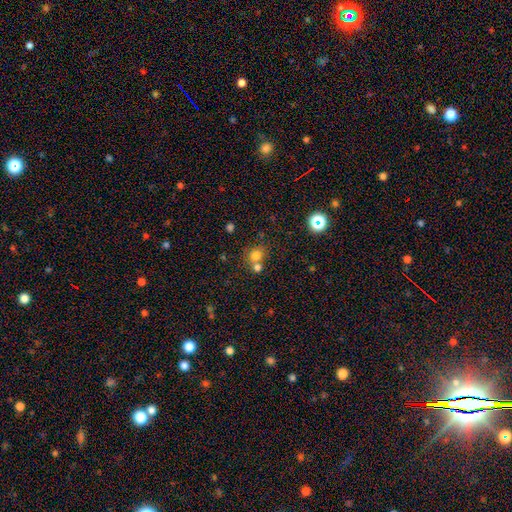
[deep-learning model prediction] The model was most divided on "merging": none: 51%, merger: 38%, minor disturbance: 8%, major disturbance: 3%. More confident: how rounded — round (78%); smooth or featured — smooth (75%).